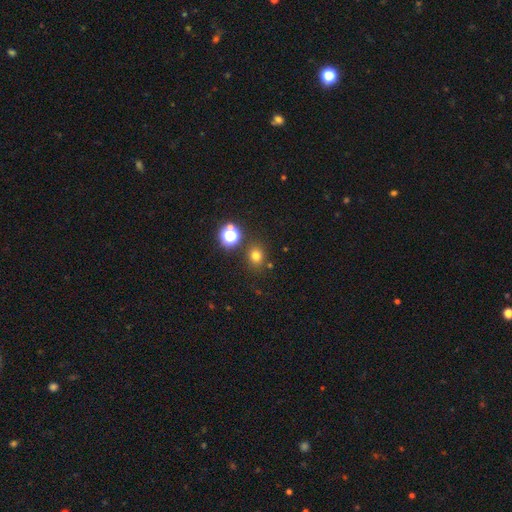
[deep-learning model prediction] A smooth galaxy with no disk features (72%) that is round (76%).

Vote fractions:
- Smooth or featured? smooth: 72% / star or artifact: 21% / featured or disk: 6%
- How rounded? round: 76% / in between: 23% / cigar-shaped: 1%
- Merging? none: 83% / minor disturbance: 9% / merger: 5% / major disturbance: 3%